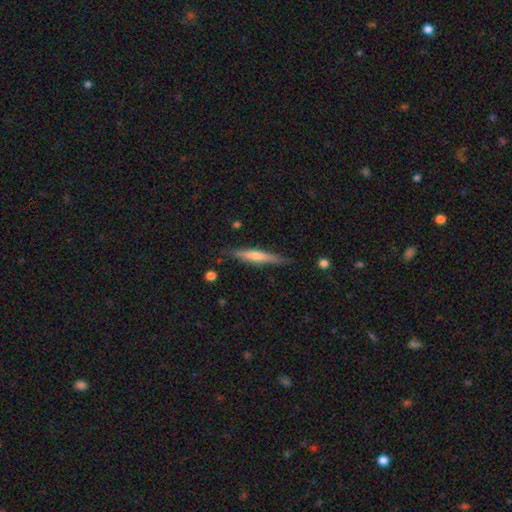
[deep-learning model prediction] Morphology: type=featured or disk (49%); merging=none (84%).